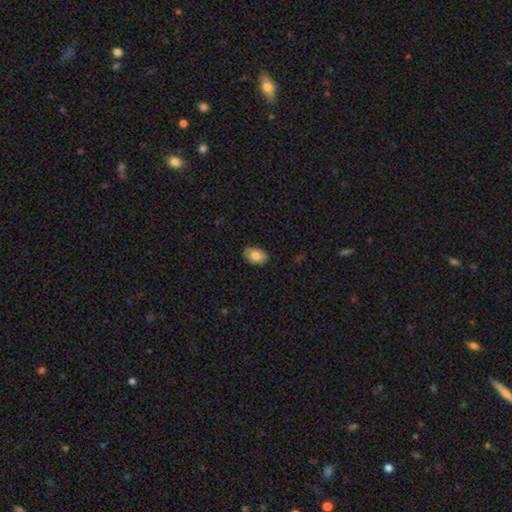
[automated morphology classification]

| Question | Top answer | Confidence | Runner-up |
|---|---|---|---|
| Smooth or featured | smooth | 74% | featured or disk (19%) |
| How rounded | in between | 85% | round (14%) |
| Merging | none | 85% | minor disturbance (12%) |